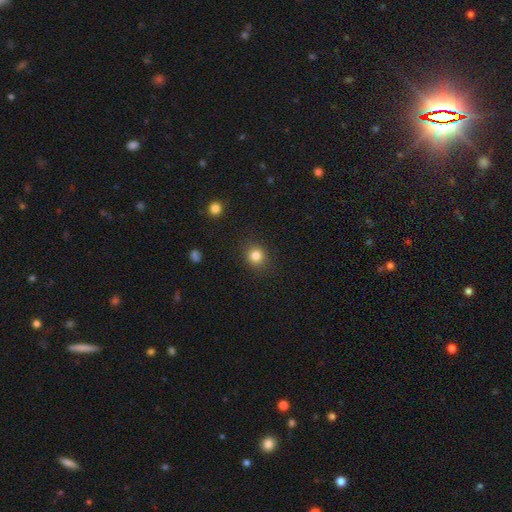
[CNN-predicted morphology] Smooth or featured?
  - smooth: 83% *
  - star or artifact: 12%
  - featured or disk: 5%
How rounded?
  - round: 85% *
  - in between: 14%
  - cigar-shaped: 1%
Merging?
  - none: 89% *
  - minor disturbance: 7%
  - major disturbance: 2%
  - merger: 1%